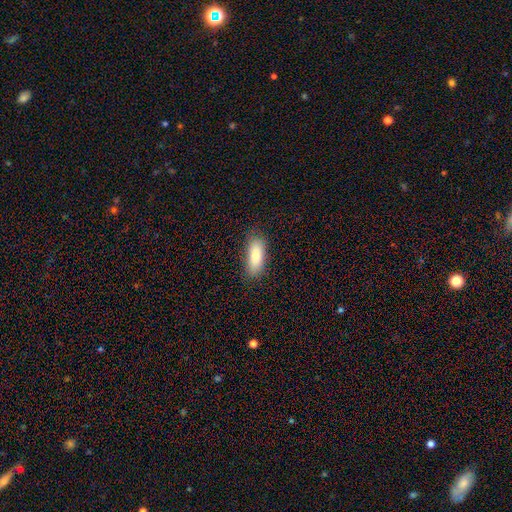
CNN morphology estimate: Smooth or featured?
  - smooth: 85% *
  - featured or disk: 9%
  - star or artifact: 6%
How rounded?
  - in between: 74% *
  - cigar-shaped: 24%
  - round: 2%
Merging?
  - none: 82% *
  - minor disturbance: 13%
  - major disturbance: 3%
  - merger: 1%